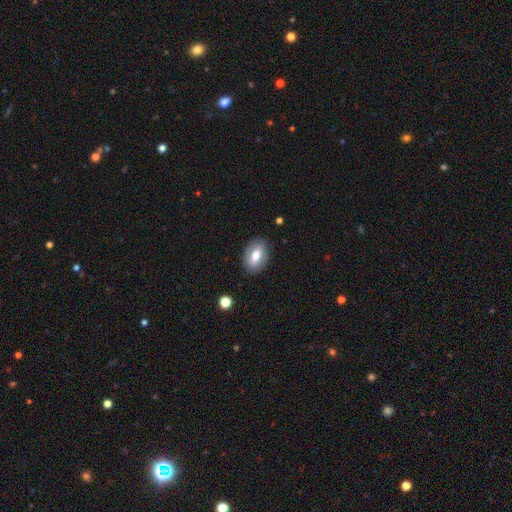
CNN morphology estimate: A smooth galaxy with no disk features (54%) that is in between round and cigar-shaped (85%).

Vote fractions:
- Smooth or featured? smooth: 54% / featured or disk: 38% / star or artifact: 7%
- How rounded? in between: 85% / round: 13% / cigar-shaped: 2%
- Merging? none: 83% / minor disturbance: 12% / major disturbance: 4% / merger: 1%